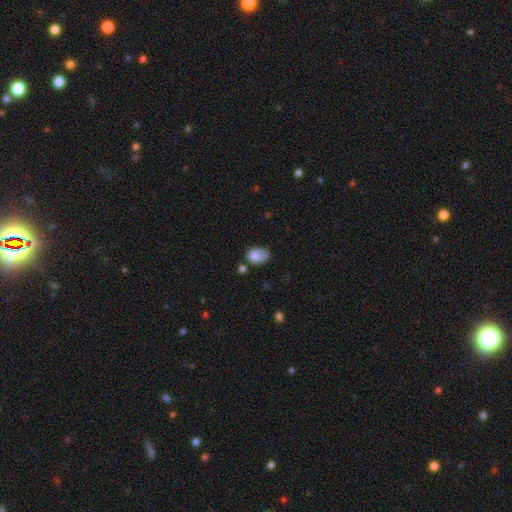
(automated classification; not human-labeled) smooth 81%, featured or disk 10%, star or artifact 9%. Down the decision tree: how rounded — in between (79%); merging — none (43%).